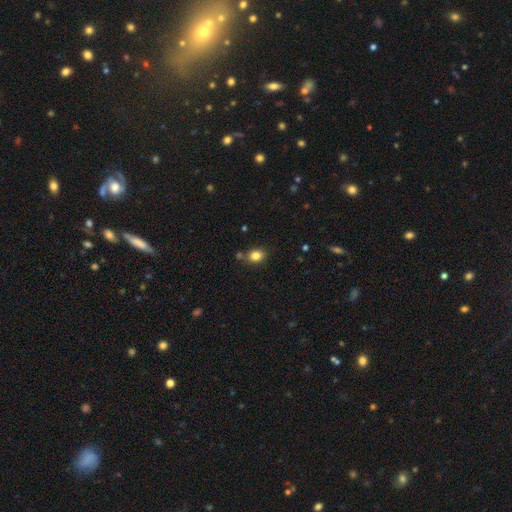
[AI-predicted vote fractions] smooth 83%, star or artifact 11%, featured or disk 6%. Down the decision tree: how rounded — in between (52%); merging — none (76%).